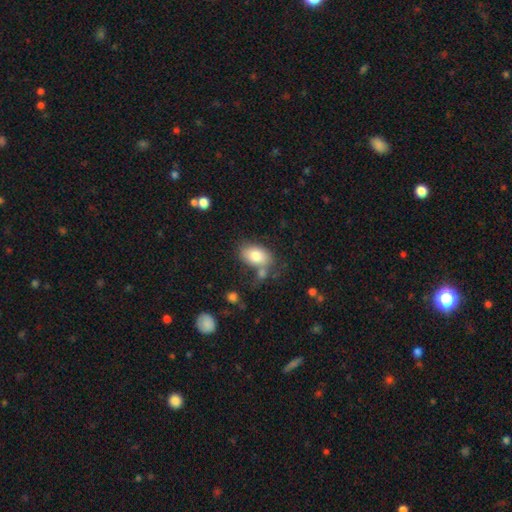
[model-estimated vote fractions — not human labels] This appears to be a smooth galaxy with no disk features (80%) that is in between round and cigar-shaped (90%). Merging: none (61%).